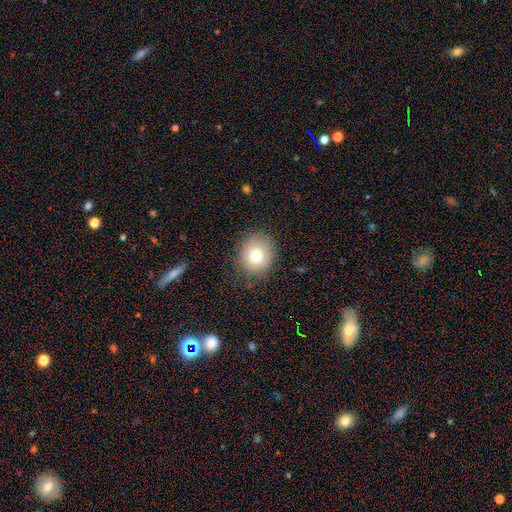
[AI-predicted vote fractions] Smooth or featured?
  - smooth: 76% *
  - featured or disk: 12%
  - star or artifact: 11%
How rounded?
  - round: 74% *
  - in between: 26%
  - cigar-shaped: 1%
Merging?
  - none: 83% *
  - minor disturbance: 12%
  - major disturbance: 4%
  - merger: 1%